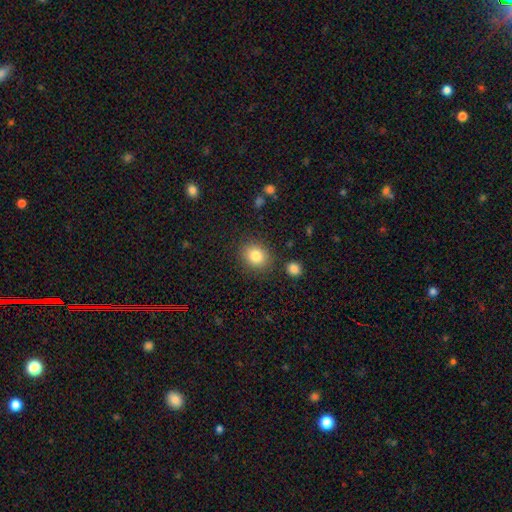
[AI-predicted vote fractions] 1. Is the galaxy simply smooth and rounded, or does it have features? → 84% smooth, 9% star or artifact, 7% featured or disk.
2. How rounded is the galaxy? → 67% round, 32% in between, 1% cigar-shaped.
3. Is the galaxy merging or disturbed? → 85% none, 9% minor disturbance, 3% merger, 3% major disturbance.